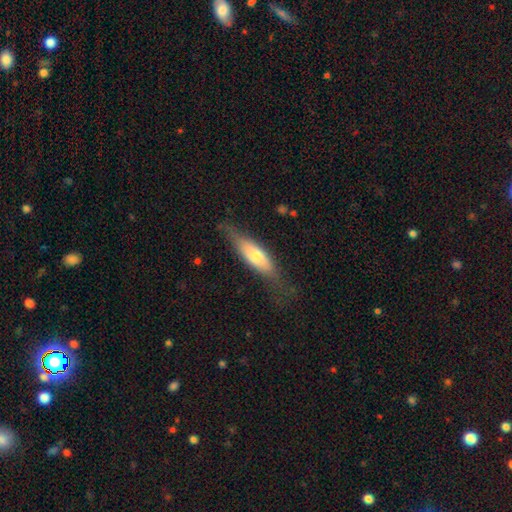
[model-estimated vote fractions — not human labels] The model was most divided on "how rounded": cigar-shaped: 54%, in between: 44%, round: 2%. More confident: merging — none (67%); smooth or featured — smooth (59%).